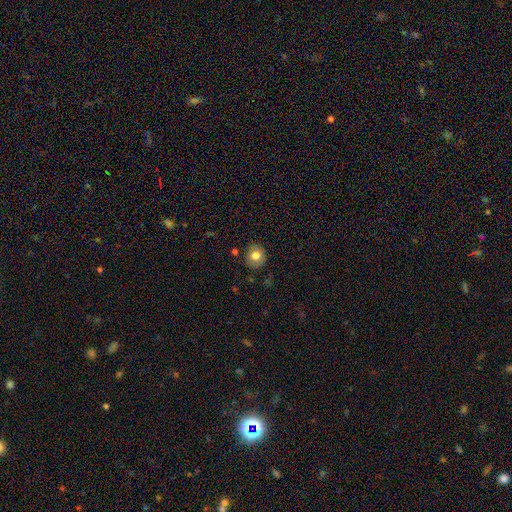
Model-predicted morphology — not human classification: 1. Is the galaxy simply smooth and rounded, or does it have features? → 76% smooth, 14% featured or disk, 10% star or artifact.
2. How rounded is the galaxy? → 80% round, 19% in between, 1% cigar-shaped.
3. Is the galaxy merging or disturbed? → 84% none, 12% minor disturbance, 3% major disturbance, 2% merger.